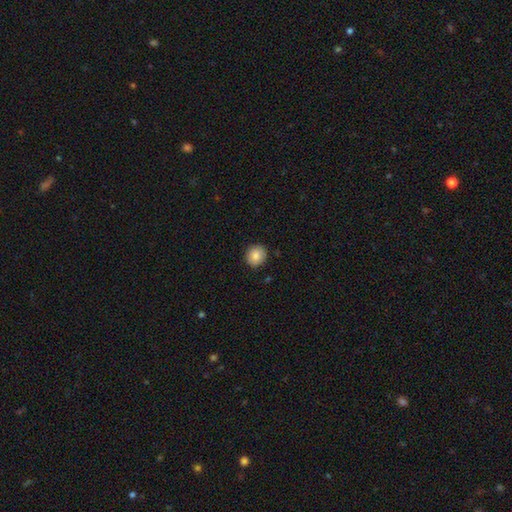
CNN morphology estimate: This is clearly a smooth galaxy (86%). How rounded: clearly round (87%). Merging: clearly none (89%).